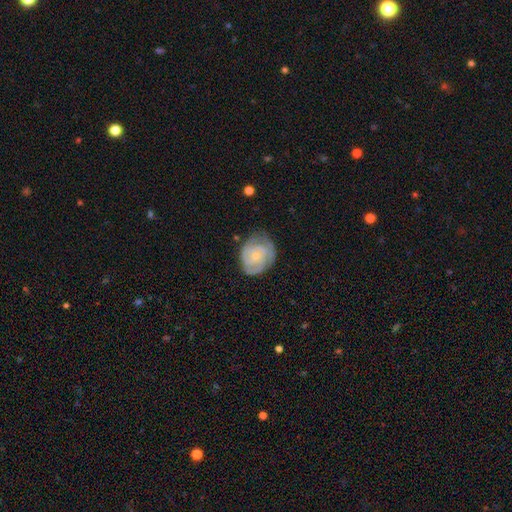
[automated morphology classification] A featured or disk galaxy (80%) with no bar (74%), 2 (34%) tight (68%) spiral arms (95%) and a small central bulge (74%). Merging: none (67%).